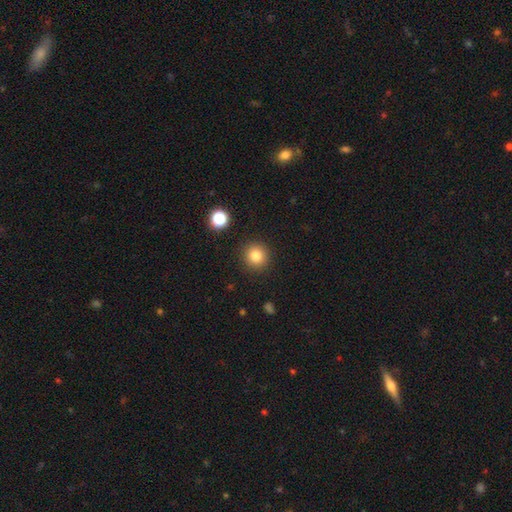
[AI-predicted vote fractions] smooth-or-featured: smooth: 82% | star or artifact: 12% | featured or disk: 6%
  how-rounded: round: 93% | in between: 6% | cigar-shaped: 1%
  merging: none: 91% | minor disturbance: 6% | major disturbance: 2% | merger: 2%